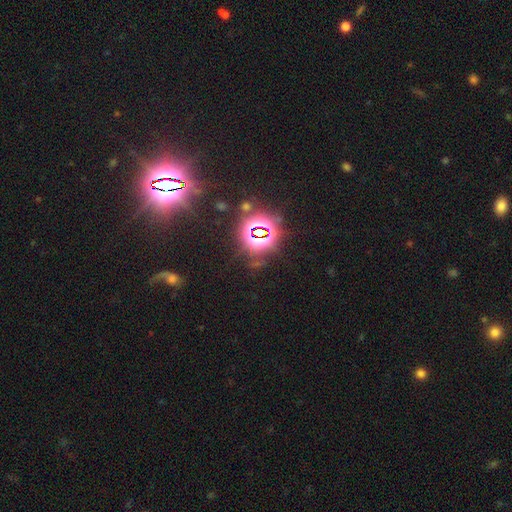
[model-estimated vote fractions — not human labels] A star or artifact, not a galaxy (82%).

Vote fractions:
- Smooth or featured? star or artifact: 82% / smooth: 10% / featured or disk: 8%